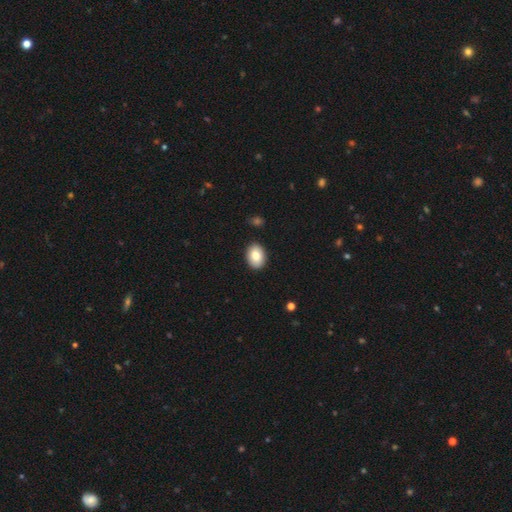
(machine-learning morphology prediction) This is clearly a smooth galaxy (81%). How rounded: likely in between (71%). Merging: clearly none (90%).